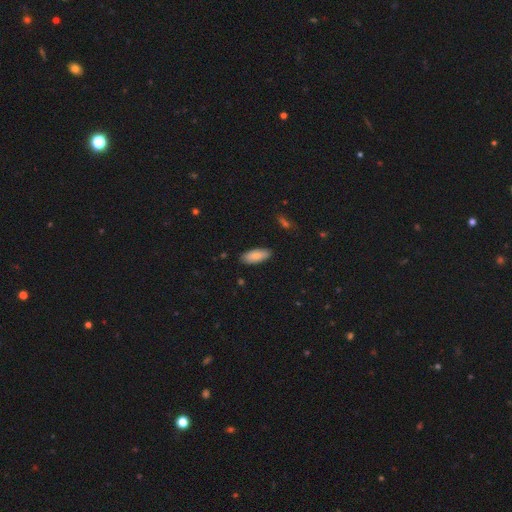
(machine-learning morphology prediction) type=smooth (84%); roundness=in between (83%); merging=none (87%).